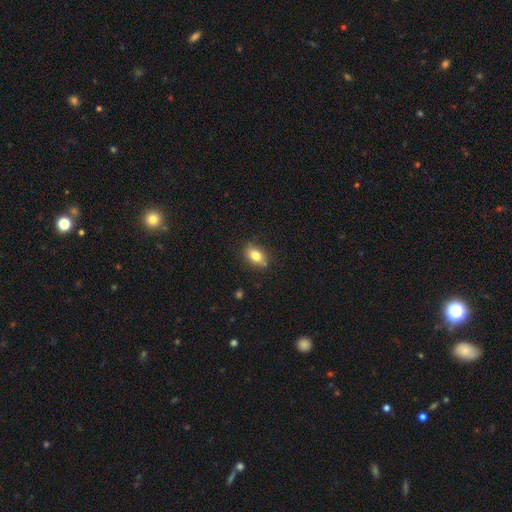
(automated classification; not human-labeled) A smooth galaxy with no disk features (80%) that is in between round and cigar-shaped (81%).

Vote fractions:
- Smooth or featured? smooth: 80% / featured or disk: 11% / star or artifact: 9%
- How rounded? in between: 81% / round: 17% / cigar-shaped: 2%
- Merging? none: 81% / minor disturbance: 14% / major disturbance: 3% / merger: 2%